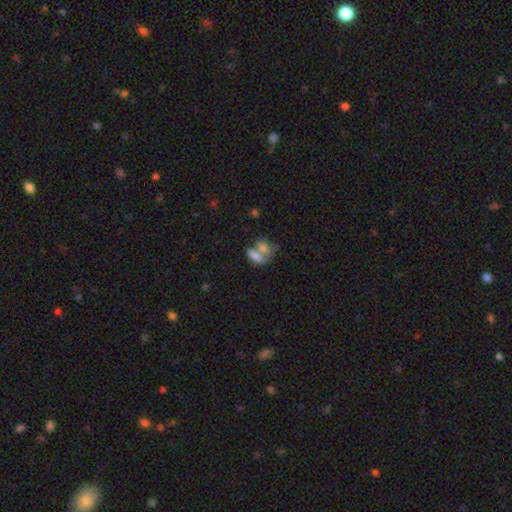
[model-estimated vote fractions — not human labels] A smooth galaxy with no disk features (74%) that is in between round and cigar-shaped (75%).

Vote fractions:
- Smooth or featured? smooth: 74% / featured or disk: 16% / star or artifact: 10%
- How rounded? in between: 75% / cigar-shaped: 14% / round: 11%
- Merging? merger: 59% / none: 27% / minor disturbance: 8% / major disturbance: 5%